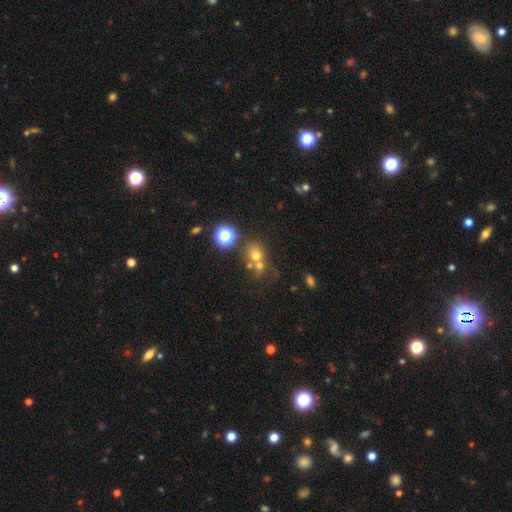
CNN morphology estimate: Smooth or featured: smooth — 61% (star or artifact — 23%)
How rounded: round — 72% (in between — 27%)
Merging: merger — 42% (none — 40%)